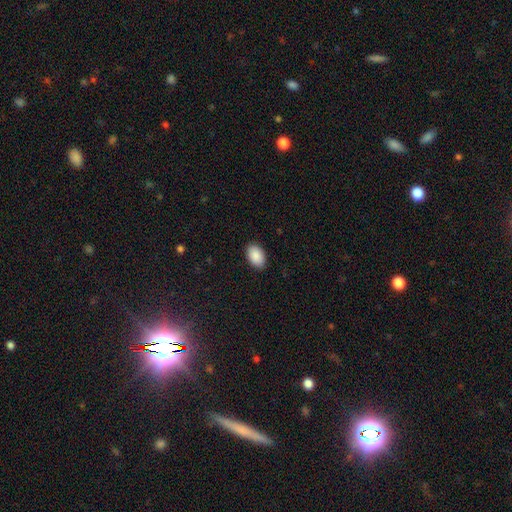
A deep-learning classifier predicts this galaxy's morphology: A smooth galaxy with no disk features (90%) that is in between round and cigar-shaped (92%). Merging: none (89%).